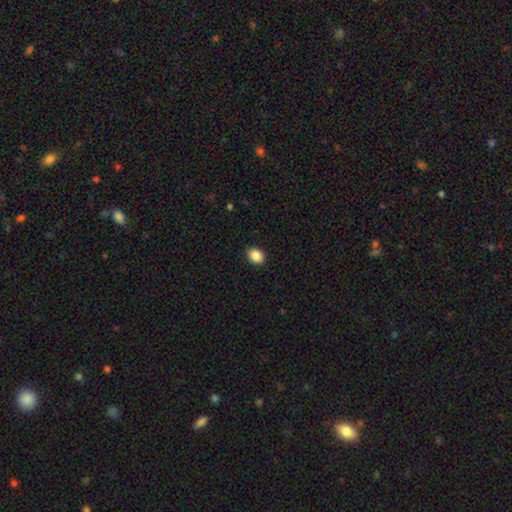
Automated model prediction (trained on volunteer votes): smooth_or_featured: smooth (p=0.89) [alt: star or artifact p=0.08]
how_rounded: in between (p=0.68) [alt: round p=0.31]
merging: none (p=0.90) [alt: minor disturbance p=0.08]